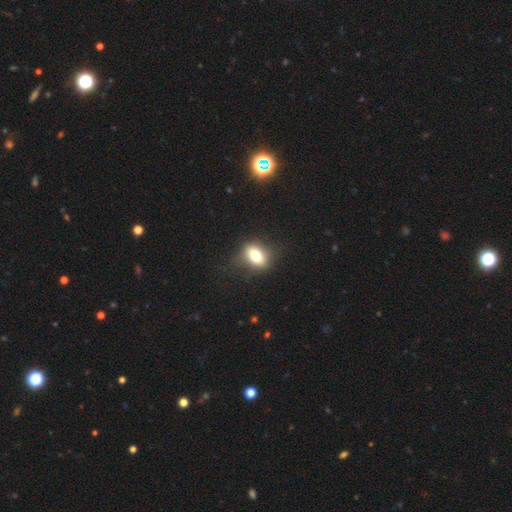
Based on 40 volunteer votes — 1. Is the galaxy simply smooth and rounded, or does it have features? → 68% smooth, 25% featured or disk, 8% star or artifact.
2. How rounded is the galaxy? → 74% in between, 26% round, 0% cigar-shaped.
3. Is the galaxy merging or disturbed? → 59% none, 32% minor disturbance, 8% major disturbance, 0% merger.